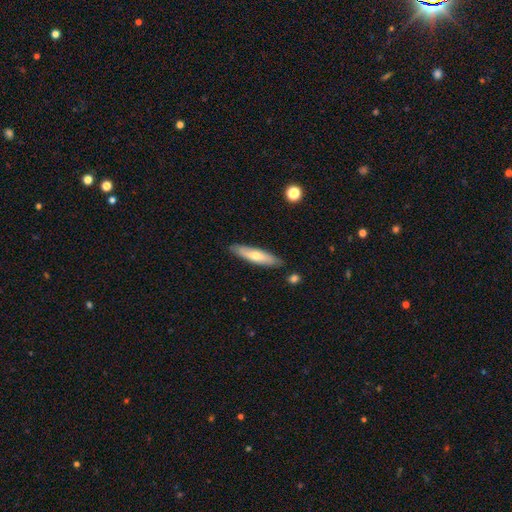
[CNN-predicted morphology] type=smooth (59%); roundness=cigar-shaped (74%); merging=none (83%).